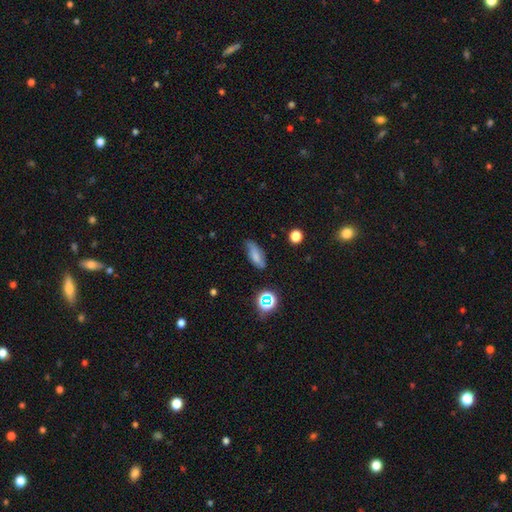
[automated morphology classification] The model was most divided on "how rounded": in between: 72%, cigar-shaped: 23%, round: 5%. More confident: smooth or featured — smooth (72%); merging — none (71%).